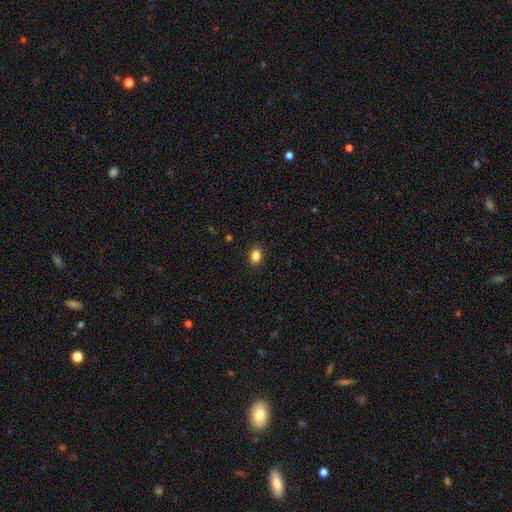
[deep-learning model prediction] Smooth or featured? Predicted: smooth (p=0.85). How rounded? Predicted: in between (p=0.59). Merging? Predicted: none (p=0.90).